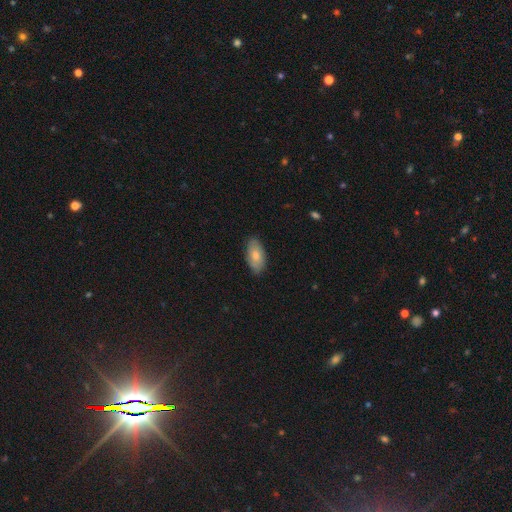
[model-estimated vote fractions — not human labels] Q: Smooth or featured?
A: smooth (73%); runner-up: featured or disk (21%)
Q: How rounded?
A: in between (93%); runner-up: cigar-shaped (4%)
Q: Merging?
A: none (83%); runner-up: minor disturbance (13%)